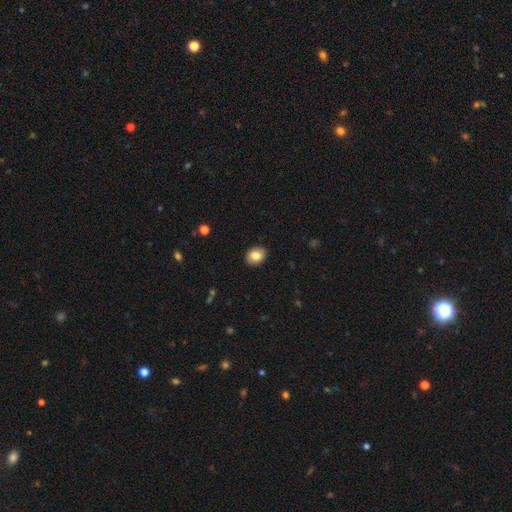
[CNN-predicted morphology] A smooth galaxy with no disk features (83%) that is in between round and cigar-shaped (55%).

Vote fractions:
- Smooth or featured? smooth: 83% / featured or disk: 9% / star or artifact: 8%
- How rounded? in between: 55% / round: 44% / cigar-shaped: 1%
- Merging? none: 90% / minor disturbance: 7% / major disturbance: 2% / merger: 1%